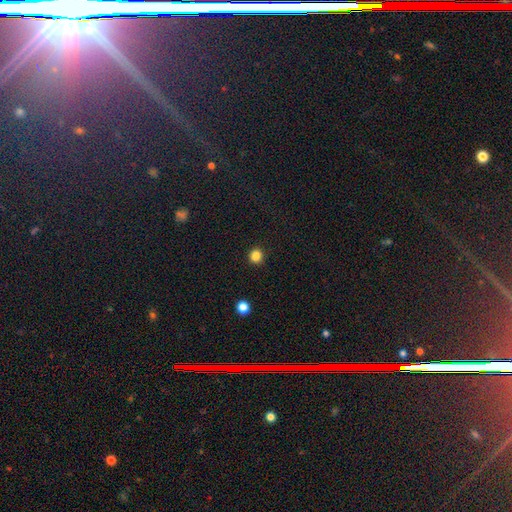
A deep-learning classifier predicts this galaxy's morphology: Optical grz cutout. It shows a smooth galaxy with no disk features (84%) that is round (89%). Merging: none (90%).